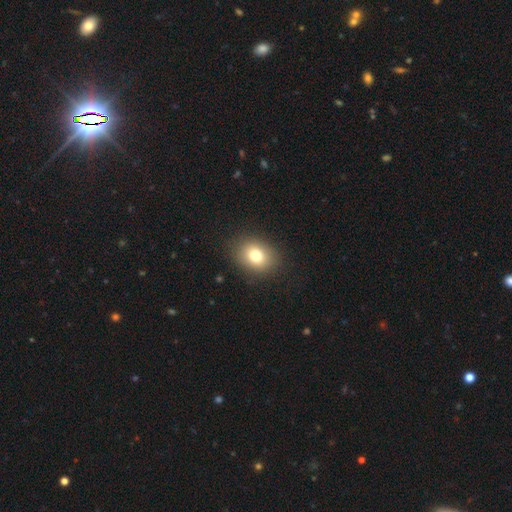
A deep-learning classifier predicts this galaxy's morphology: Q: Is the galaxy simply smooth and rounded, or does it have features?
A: smooth — 78%.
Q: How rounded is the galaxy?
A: in between — 53%.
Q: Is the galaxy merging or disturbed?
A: none — 88%.